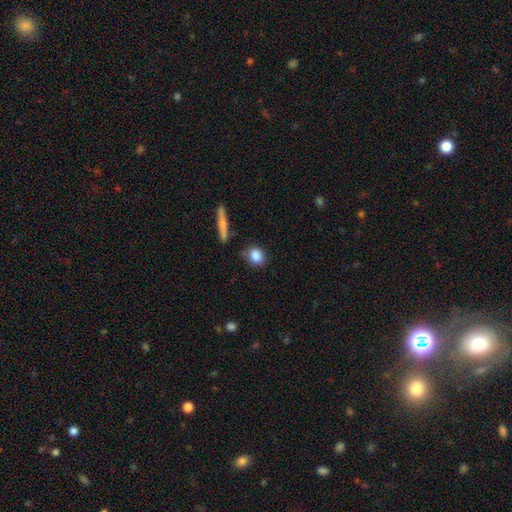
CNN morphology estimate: The model was most divided on "how rounded": round: 58%, in between: 38%, cigar-shaped: 4%. More confident: smooth or featured — smooth (86%); merging — none (77%).